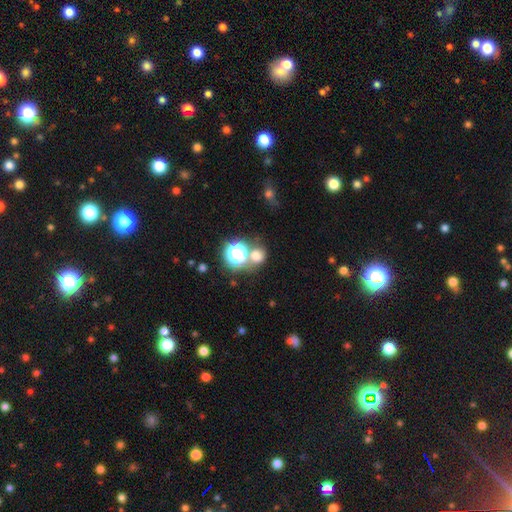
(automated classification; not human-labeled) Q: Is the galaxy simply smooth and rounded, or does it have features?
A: smooth — 64%.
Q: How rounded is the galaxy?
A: round — 77%.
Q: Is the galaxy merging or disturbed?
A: none — 60%.